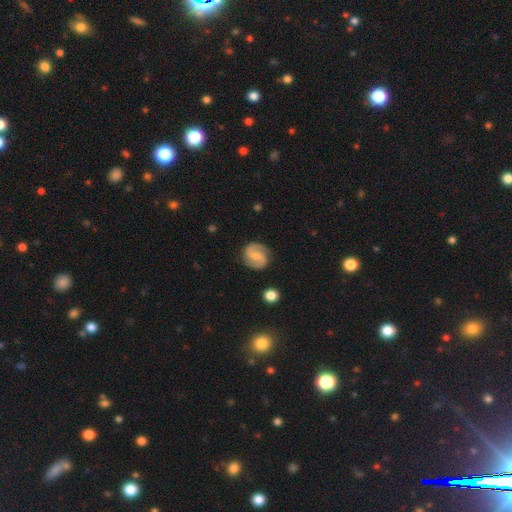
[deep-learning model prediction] smooth-or-featured: featured or disk: 81% | smooth: 14% | star or artifact: 5%
  disk-edge-on: no: 98% | yes: 2%
    bar: weak: 51% | no: 33% | strong: 16%
    has-spiral-arms: yes: 97% | no: 3%
      spiral-winding: medium: 52% | tight: 24% | loose: 24%
      spiral-arm-count: 2: 93% | can't tell: 3% | 1: 1% | 3: 1% | 4: 1% | more than 4: 1%
    bulge-size: small: 43% | moderate: 30% | none: 23% | large: 3% | dominant: 1%
  merging: none: 85% | minor disturbance: 10% | major disturbance: 3% | merger: 2%